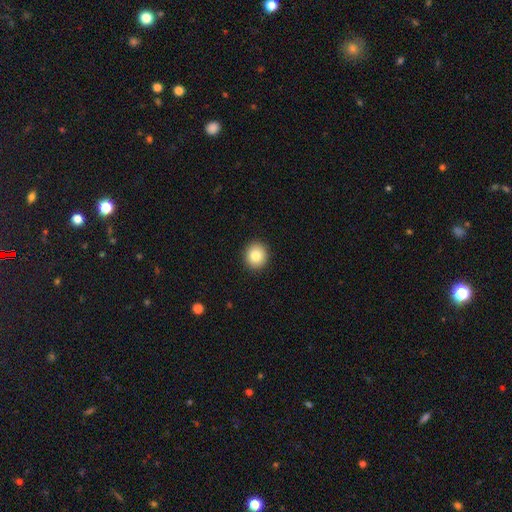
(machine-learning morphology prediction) smooth_or_featured: smooth (p=0.82) [alt: star or artifact p=0.09]
how_rounded: round (p=0.86) [alt: in between p=0.13]
merging: none (p=0.92) [alt: minor disturbance p=0.05]